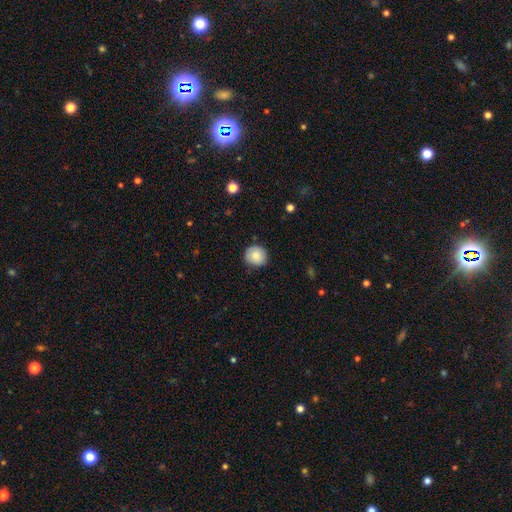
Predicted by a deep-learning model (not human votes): smooth 84%, featured or disk 8%, star or artifact 8%. Down the decision tree: how rounded — round (90%); merging — none (84%).